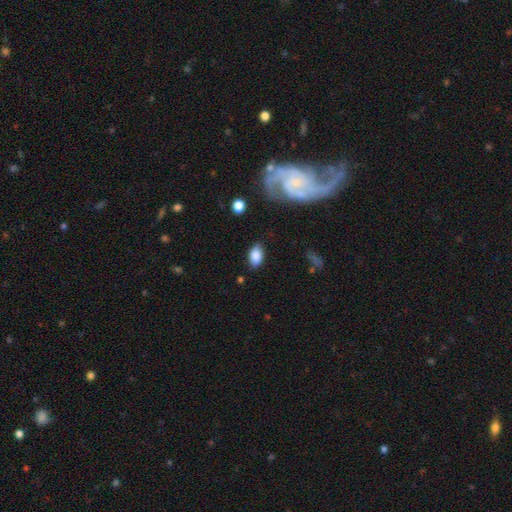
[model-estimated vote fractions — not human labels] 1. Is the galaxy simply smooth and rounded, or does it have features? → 85% smooth, 8% featured or disk, 7% star or artifact.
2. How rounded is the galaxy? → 92% in between, 6% round, 3% cigar-shaped.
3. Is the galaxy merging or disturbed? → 79% none, 15% minor disturbance, 4% major disturbance, 2% merger.